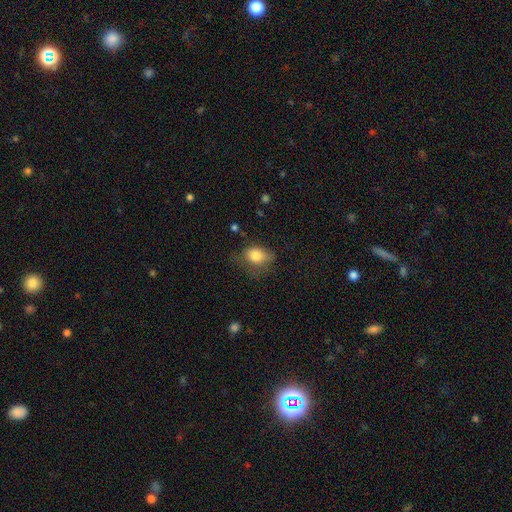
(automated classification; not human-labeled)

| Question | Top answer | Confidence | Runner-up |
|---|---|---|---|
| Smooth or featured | smooth | 80% | featured or disk (11%) |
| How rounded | in between | 65% | round (33%) |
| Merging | none | 43% | minor disturbance (34%) |